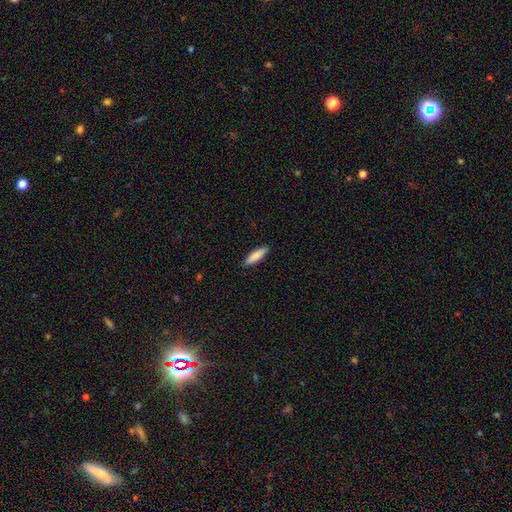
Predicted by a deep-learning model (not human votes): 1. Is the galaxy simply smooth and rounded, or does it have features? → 87% smooth, 8% featured or disk, 5% star or artifact.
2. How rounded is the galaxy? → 54% cigar-shaped, 44% in between, 2% round.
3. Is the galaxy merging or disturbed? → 89% none, 9% minor disturbance, 2% major disturbance, 1% merger.